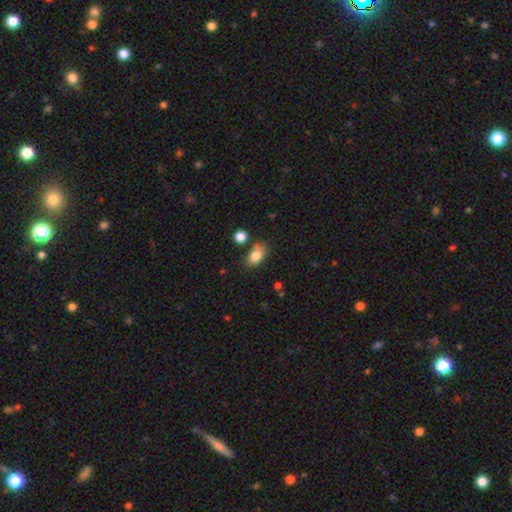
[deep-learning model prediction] Smooth or featured? Predicted: smooth (p=0.82). How rounded? Predicted: in between (p=0.83). Merging? Predicted: none (p=0.62).